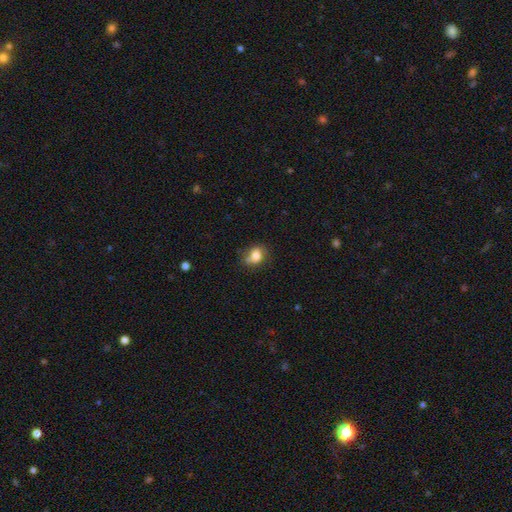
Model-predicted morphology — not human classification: Overall: smooth (78%). How rounded: in between (54%; round 45%). Merging: none (51%; minor disturbance 29%).